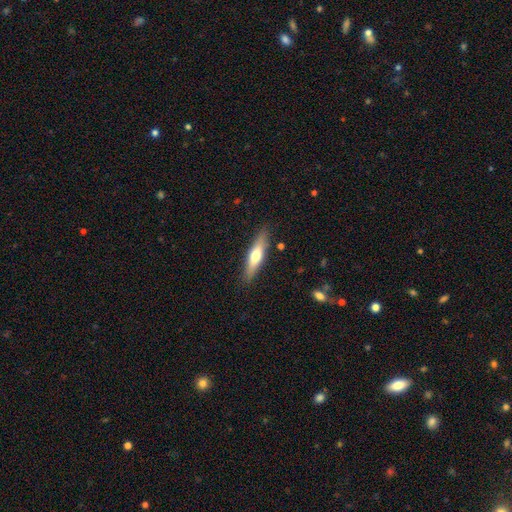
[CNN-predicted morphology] Smooth or featured? Predicted: smooth (p=0.51). How rounded? Predicted: cigar-shaped (p=0.75). Merging? Predicted: none (p=0.87).